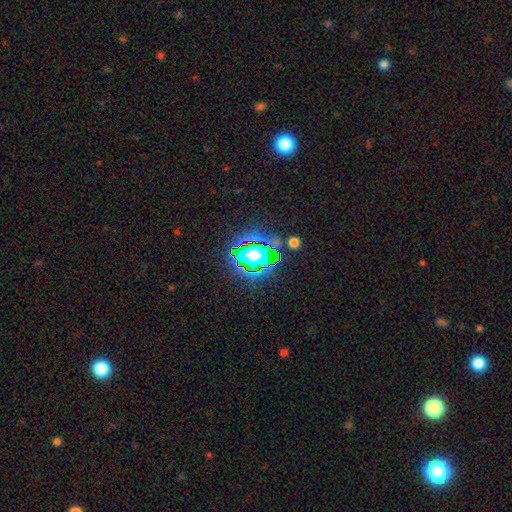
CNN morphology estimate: Overall: star or artifact (62%; smooth 24%).